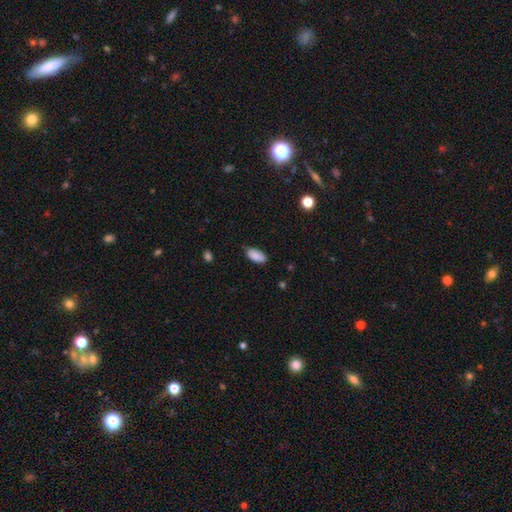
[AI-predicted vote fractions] smooth_or_featured: smooth (p=0.88) [alt: star or artifact p=0.07]
how_rounded: in between (p=0.93) [alt: cigar-shaped p=0.05]
merging: none (p=0.72) [alt: minor disturbance p=0.23]